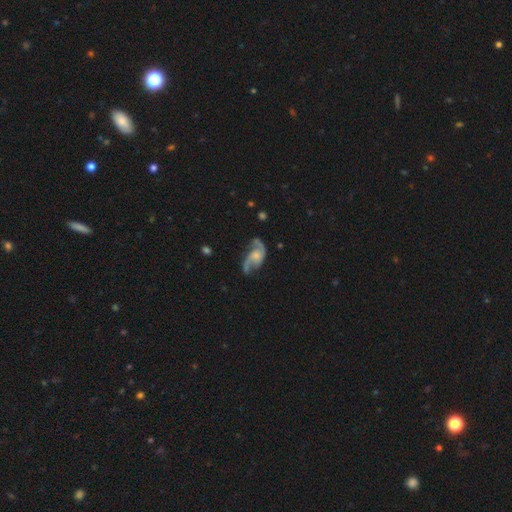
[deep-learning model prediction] smooth_or_featured: featured or disk (p=0.86) [alt: smooth p=0.08]
disk_edge_on: no (p=0.97) [alt: yes p=0.03]
bar: no (p=0.61) [alt: weak p=0.32]
has_spiral_arms: yes (p=0.96) [alt: no p=0.04]
spiral_winding: loose (p=0.60) [alt: medium p=0.33]
spiral_arm_count: 2 (p=0.90) [alt: 1 p=0.03]
bulge_size: small (p=0.46) [alt: moderate p=0.28]
merging: none (p=0.61) [alt: minor disturbance p=0.21]